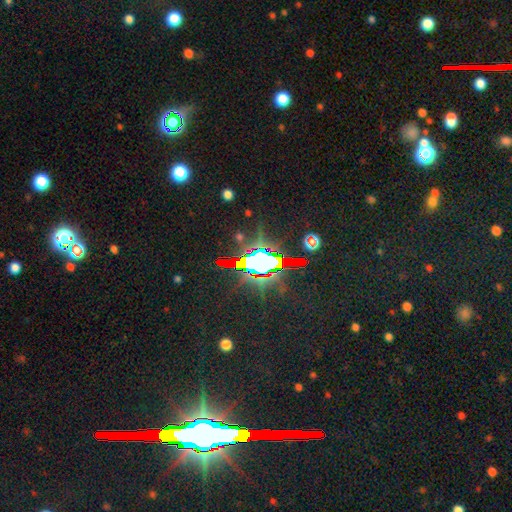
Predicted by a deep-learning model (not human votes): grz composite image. It shows a star or artifact, not a galaxy (80%).